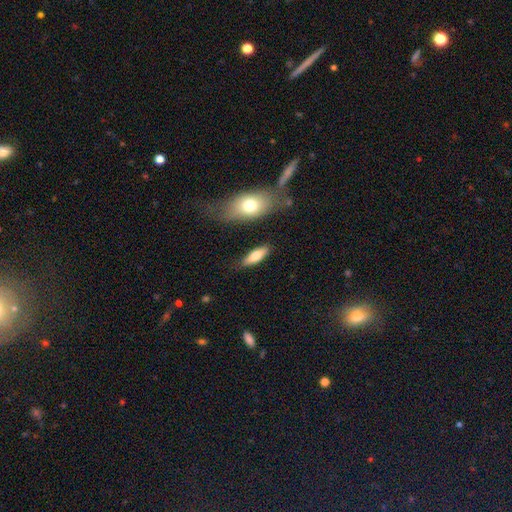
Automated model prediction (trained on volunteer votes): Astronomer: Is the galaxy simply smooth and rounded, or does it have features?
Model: smooth — 71%.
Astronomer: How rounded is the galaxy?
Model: in between — 57% (runner-up: cigar-shaped, 41%).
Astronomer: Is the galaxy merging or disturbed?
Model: none — 80%.